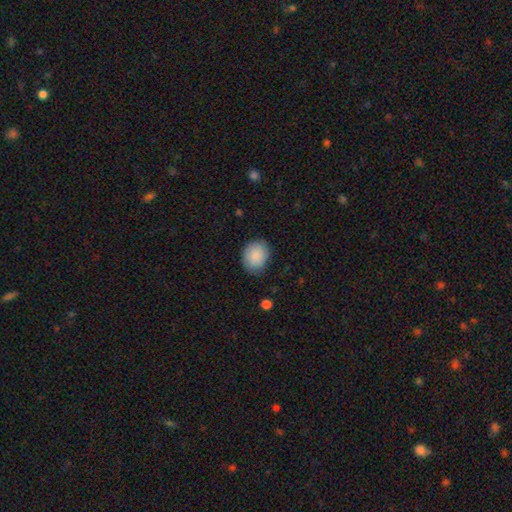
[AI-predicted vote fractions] A smooth galaxy with no disk features (87%) that is round (55%). Merging: none (73%).